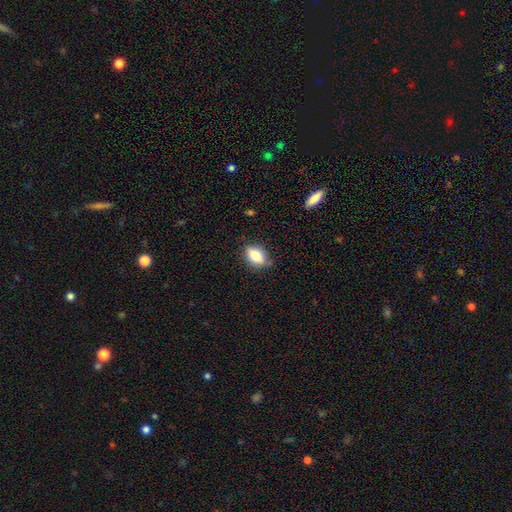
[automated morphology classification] smooth_or_featured: smooth (p=0.70) [alt: featured or disk p=0.22]
how_rounded: in between (p=0.80) [alt: round p=0.11]
merging: none (p=0.78) [alt: minor disturbance p=0.17]